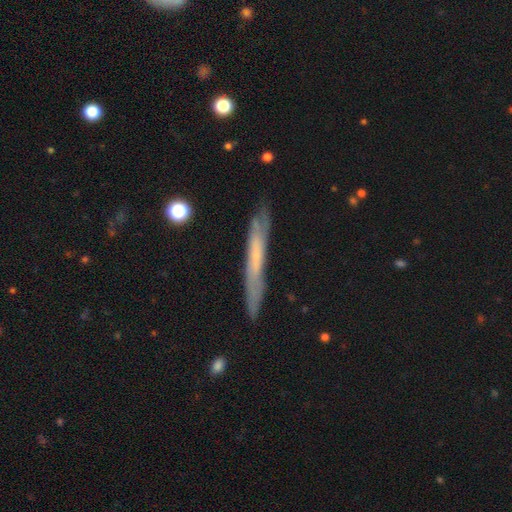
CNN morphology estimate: A featured or disk galaxy (52%) viewed edge-on (82%).

Vote fractions:
- Smooth or featured? featured or disk: 52% / smooth: 41% / star or artifact: 7%
- Edge-on disk? yes: 82% / no: 18%
- Merging? none: 80% / minor disturbance: 15% / major disturbance: 3% / merger: 2%